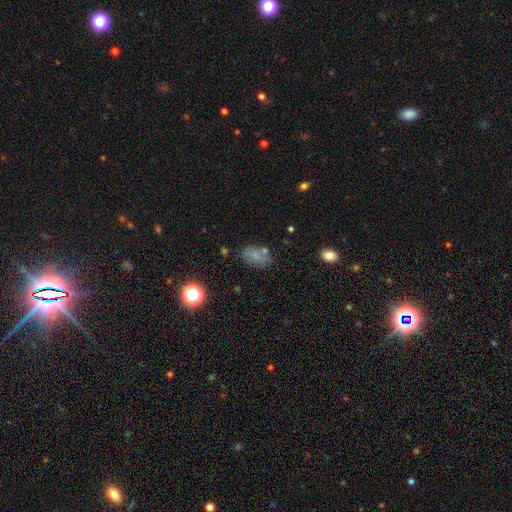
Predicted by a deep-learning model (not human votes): Morphology: type=smooth (72%); roundness=in between (88%); merging=none (69%).